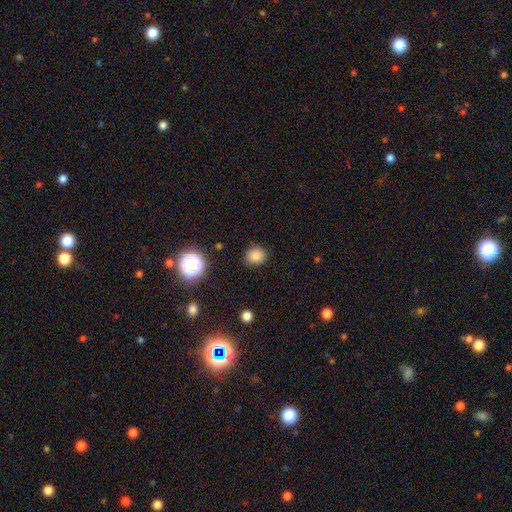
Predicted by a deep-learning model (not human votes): This is clearly a smooth galaxy (82%). How rounded: likely round (71%). Merging: clearly none (87%).